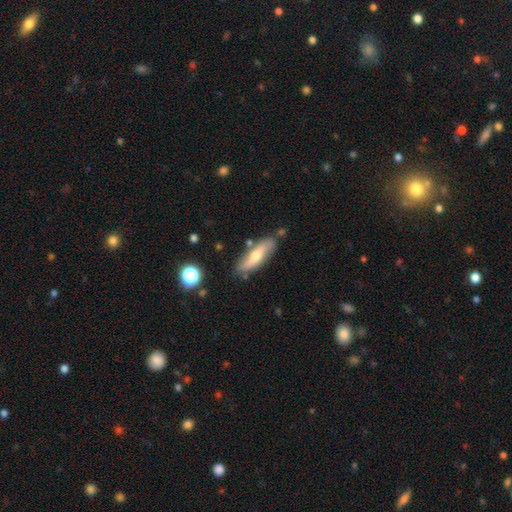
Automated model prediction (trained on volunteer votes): Smooth or featured? Predicted: smooth (p=0.54). How rounded? Predicted: cigar-shaped (p=0.54). Merging? Predicted: none (p=0.78).